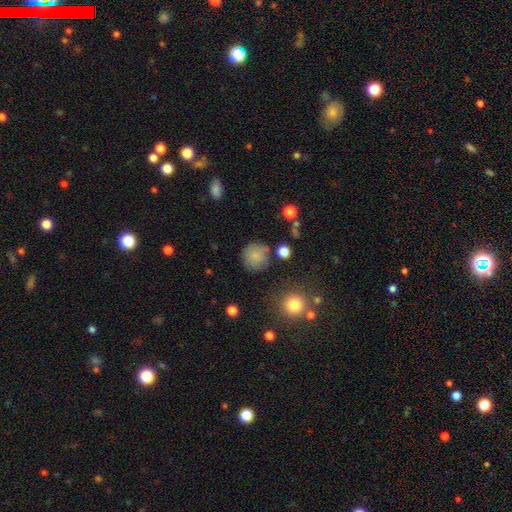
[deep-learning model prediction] Smooth or featured? smooth (80%)
How rounded? round (92%)
Merging? none (75%)